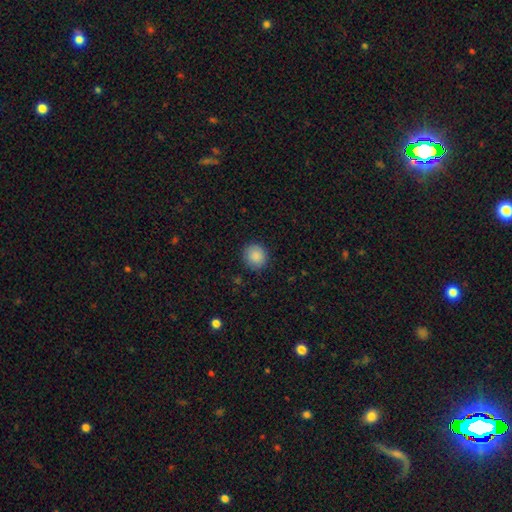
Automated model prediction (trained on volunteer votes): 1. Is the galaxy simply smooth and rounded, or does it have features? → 88% smooth, 8% star or artifact, 3% featured or disk.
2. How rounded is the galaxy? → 89% round, 10% in between, 1% cigar-shaped.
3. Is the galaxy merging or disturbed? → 89% none, 7% minor disturbance, 2% major disturbance, 1% merger.